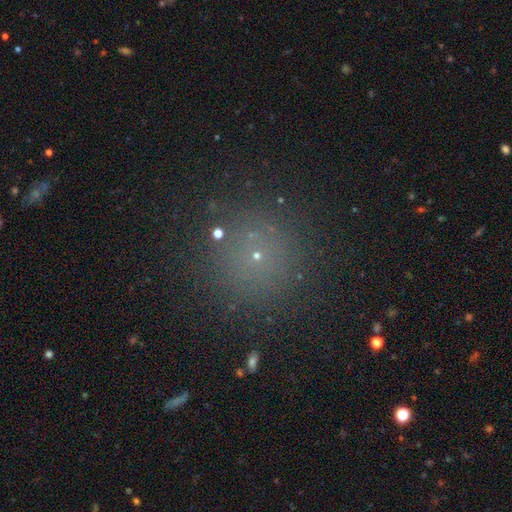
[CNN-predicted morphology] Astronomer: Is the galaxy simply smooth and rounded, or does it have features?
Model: smooth — 57% (runner-up: star or artifact, 34%).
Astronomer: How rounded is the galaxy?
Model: round — 96%.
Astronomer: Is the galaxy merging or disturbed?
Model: none — 88%.